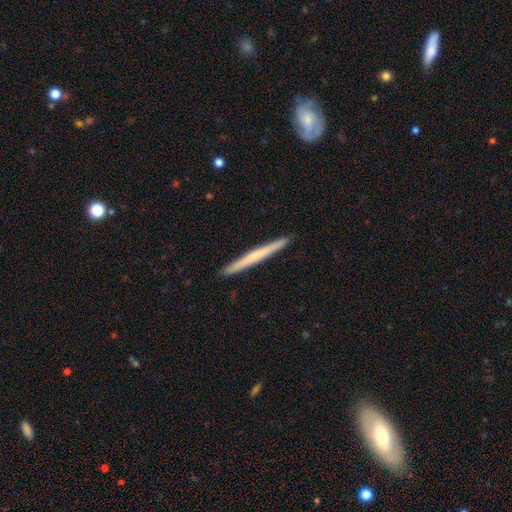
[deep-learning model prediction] A smooth galaxy with no disk features (49%).

Vote fractions:
- Smooth or featured? smooth: 49% / featured or disk: 46% / star or artifact: 5%
- Merging? none: 93% / minor disturbance: 5% / major disturbance: 1% / merger: 1%